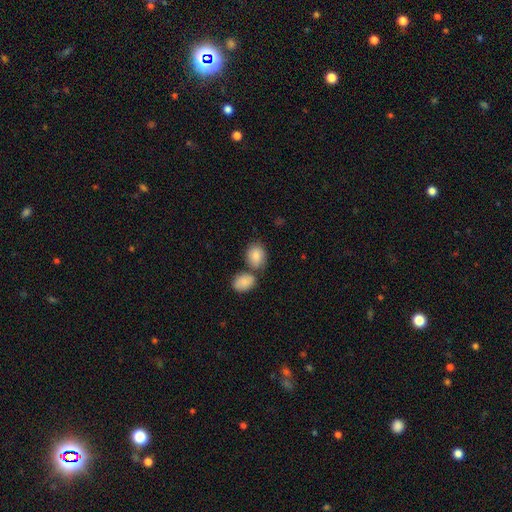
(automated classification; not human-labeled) This appears to be a smooth galaxy with no disk features (84%) that is in between round and cigar-shaped (65%). Merging: none (47%).